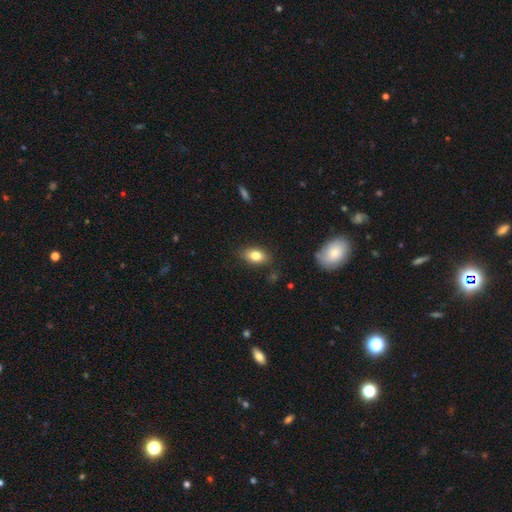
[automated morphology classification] Q: Smooth or featured?
A: smooth (79%); runner-up: featured or disk (12%)
Q: How rounded?
A: in between (87%); runner-up: round (10%)
Q: Merging?
A: none (84%); runner-up: minor disturbance (11%)